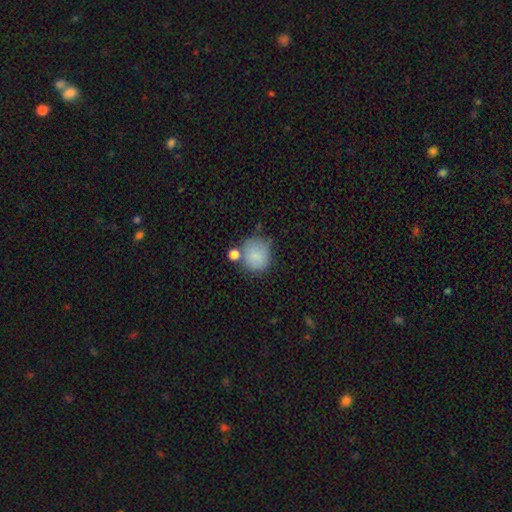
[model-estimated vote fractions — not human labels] Smooth or featured? smooth (82%)
How rounded? round (82%)
Merging? none (59%)